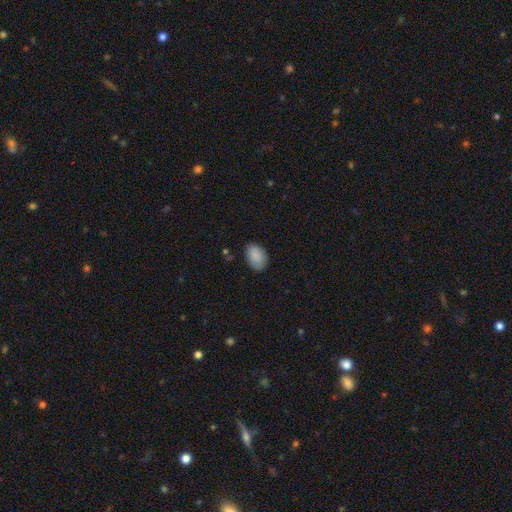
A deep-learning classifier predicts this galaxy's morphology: Q: Smooth or featured?
A: smooth (89%); runner-up: star or artifact (7%)
Q: How rounded?
A: in between (86%); runner-up: round (13%)
Q: Merging?
A: none (83%); runner-up: minor disturbance (13%)